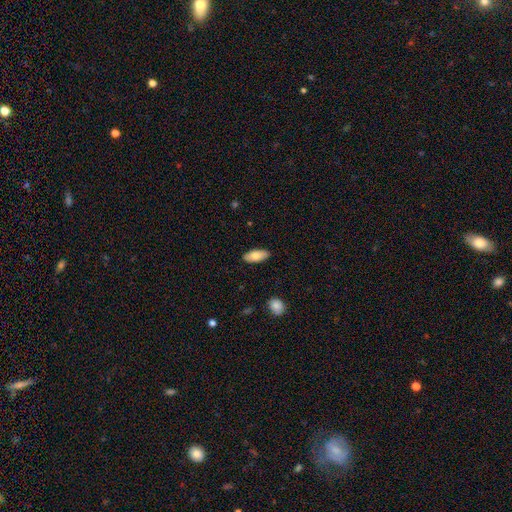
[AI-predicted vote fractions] A smooth galaxy with no disk features (80%) that is in between round and cigar-shaped (86%). Merging: none (88%).